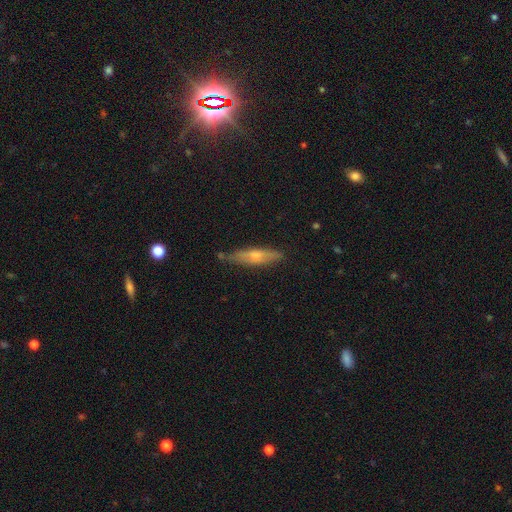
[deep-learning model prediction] Overall: featured or disk (51%; smooth 41%). Edge-on disk: yes (84%). Merging: none (80%).